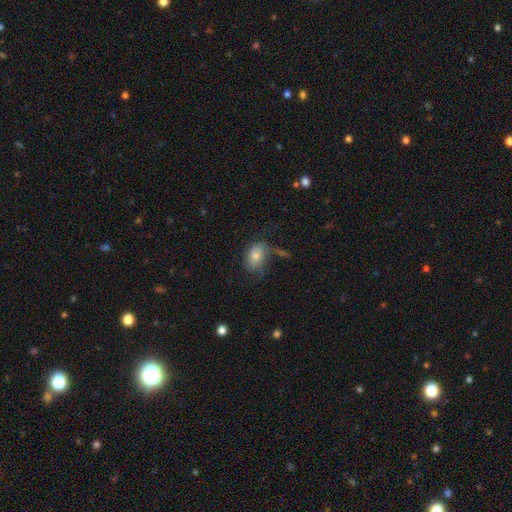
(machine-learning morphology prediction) Smooth or featured? smooth (60%)
How rounded? in between (79%)
Merging? none (40%)